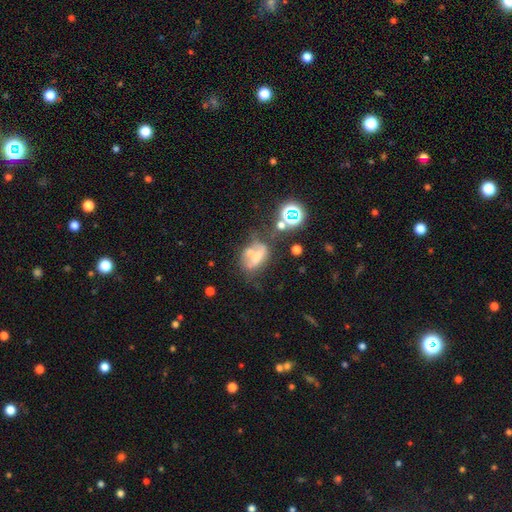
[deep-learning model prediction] This appears to be a featured or disk galaxy (46%). Merging: merger (30%).